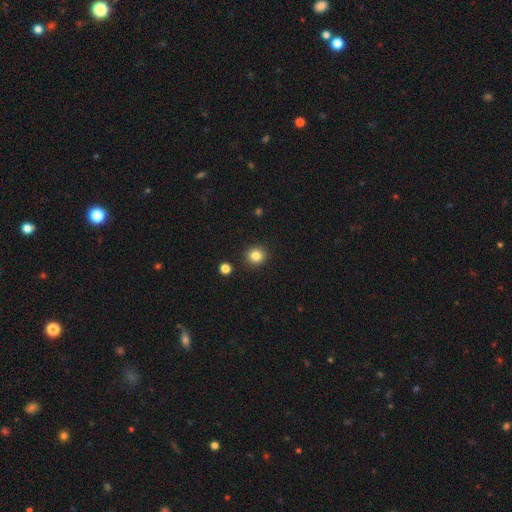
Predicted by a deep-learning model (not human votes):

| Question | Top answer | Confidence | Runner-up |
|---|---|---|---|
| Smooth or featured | smooth | 83% | star or artifact (12%) |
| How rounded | round | 92% | in between (7%) |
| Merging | none | 91% | minor disturbance (5%) |